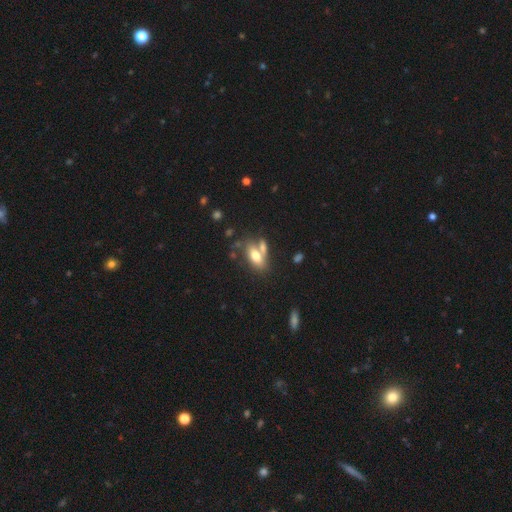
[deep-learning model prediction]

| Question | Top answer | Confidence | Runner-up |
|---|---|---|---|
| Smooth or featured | smooth | 71% | featured or disk (20%) |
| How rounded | in between | 83% | cigar-shaped (11%) |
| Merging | none | 46% | merger (35%) |